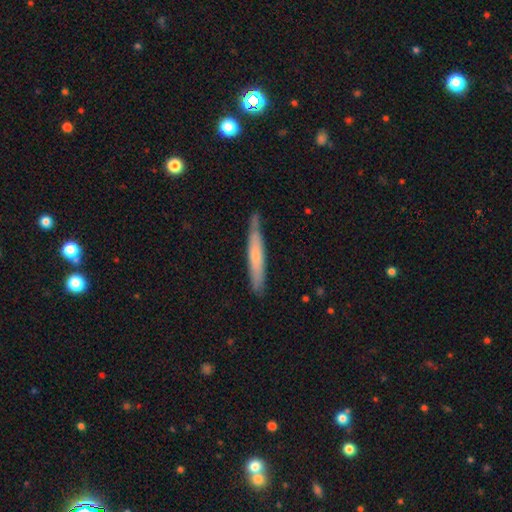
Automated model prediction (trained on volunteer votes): A smooth galaxy with no disk features (53%) that is cigar-shaped (94%). Merging: none (78%).